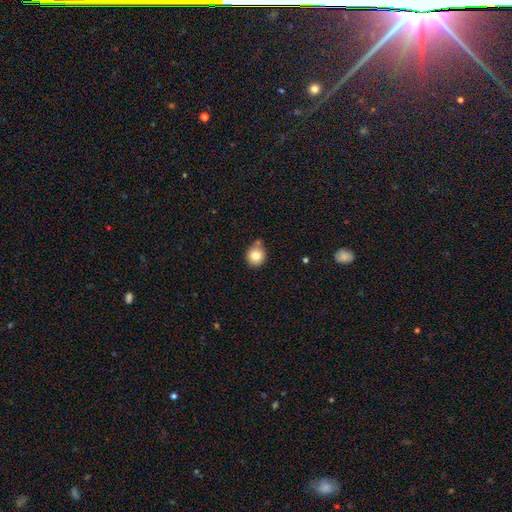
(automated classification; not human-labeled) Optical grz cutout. It shows a smooth galaxy with no disk features (79%) that is round (83%). Merging: none (68%).